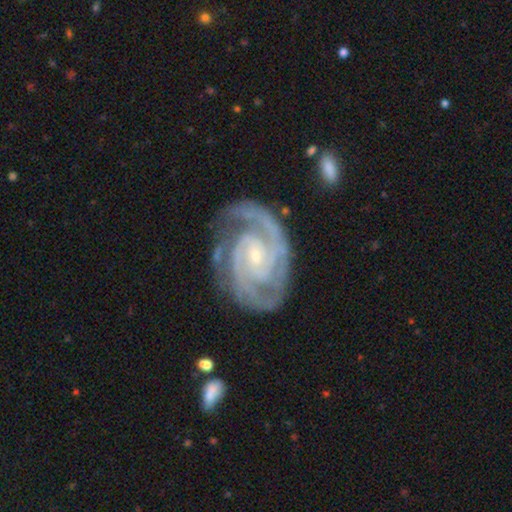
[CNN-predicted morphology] type=featured or disk (93%); edge-on=no (98%); bar=no (48%); spiral arms=yes (99%); winding=tight (68%); arm count=2 (56%); bulge=small (72%); merging=none (73%).